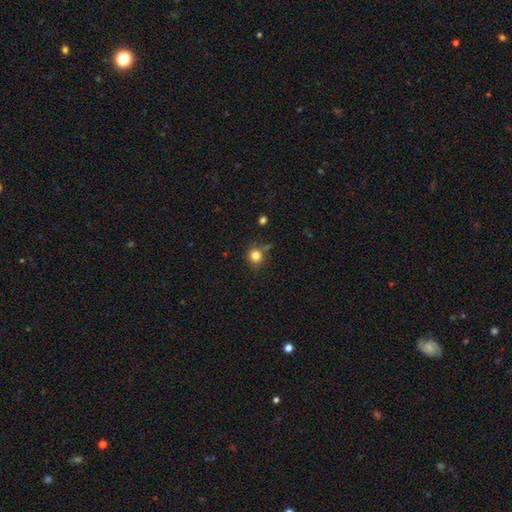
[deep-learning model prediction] Morphology: type=smooth (81%); roundness=round (86%); merging=none (75%).